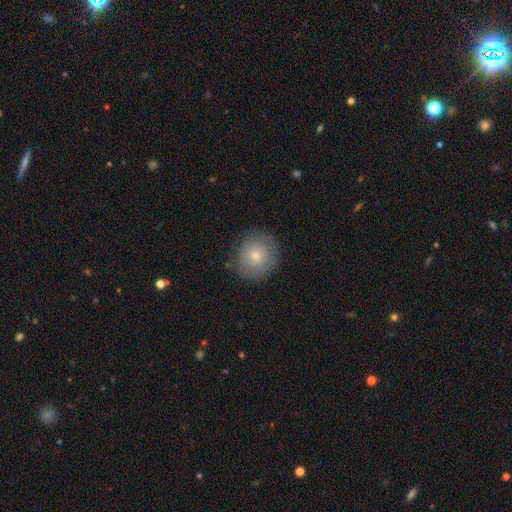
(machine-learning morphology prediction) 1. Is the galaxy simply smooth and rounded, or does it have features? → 77% smooth, 15% featured or disk, 8% star or artifact.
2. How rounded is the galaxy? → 91% round, 8% in between, 1% cigar-shaped.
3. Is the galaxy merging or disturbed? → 84% none, 12% minor disturbance, 3% major disturbance, 1% merger.